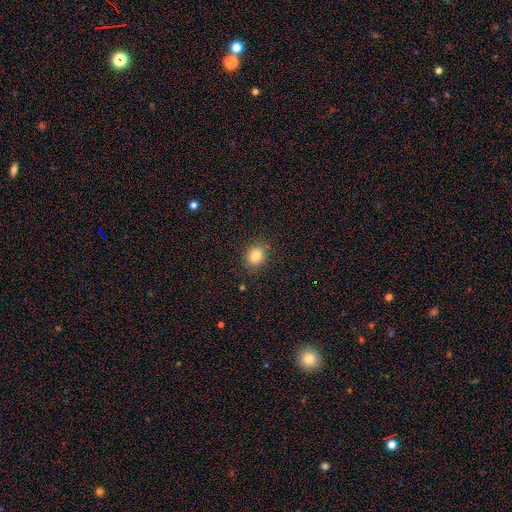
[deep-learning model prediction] A smooth galaxy with no disk features (82%) that is round (77%).

Vote fractions:
- Smooth or featured? smooth: 82% / star or artifact: 12% / featured or disk: 6%
- How rounded? round: 77% / in between: 22% / cigar-shaped: 1%
- Merging? none: 88% / minor disturbance: 9% / major disturbance: 3% / merger: 1%